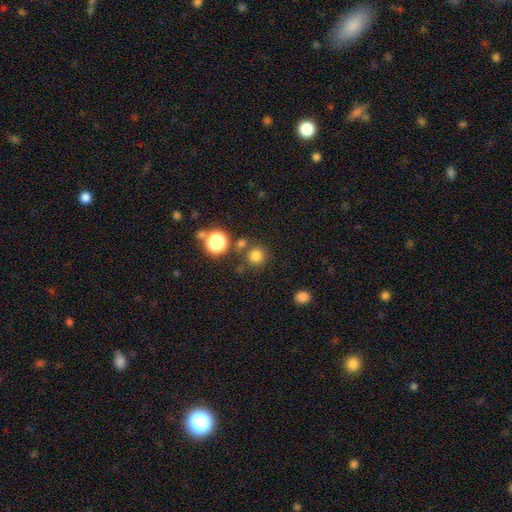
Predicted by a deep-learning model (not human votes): Smooth or featured: smooth — 77% (star or artifact — 18%)
How rounded: round — 93% (in between — 6%)
Merging: none — 78% (merger — 10%)